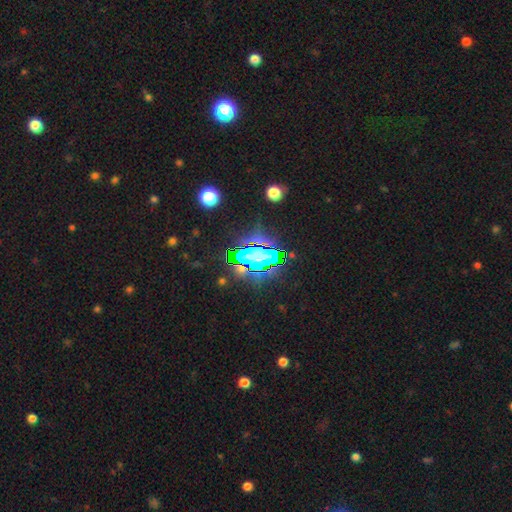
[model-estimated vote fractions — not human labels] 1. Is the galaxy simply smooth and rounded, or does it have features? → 63% star or artifact, 23% smooth, 14% featured or disk.